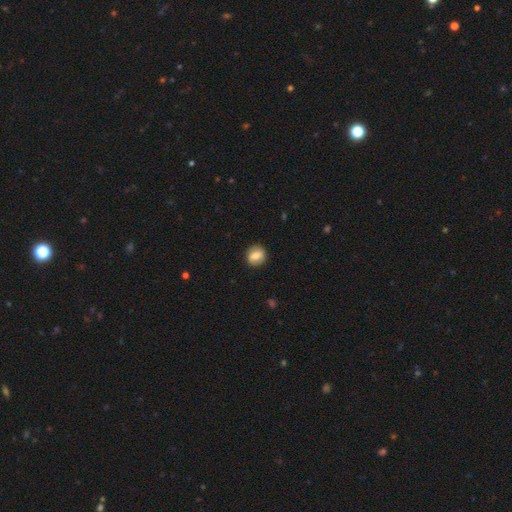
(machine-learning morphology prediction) smooth-or-featured: smooth: 71% | featured or disk: 21% | star or artifact: 8%
  how-rounded: round: 80% | in between: 18% | cigar-shaped: 1%
  merging: none: 87% | minor disturbance: 9% | major disturbance: 2% | merger: 1%